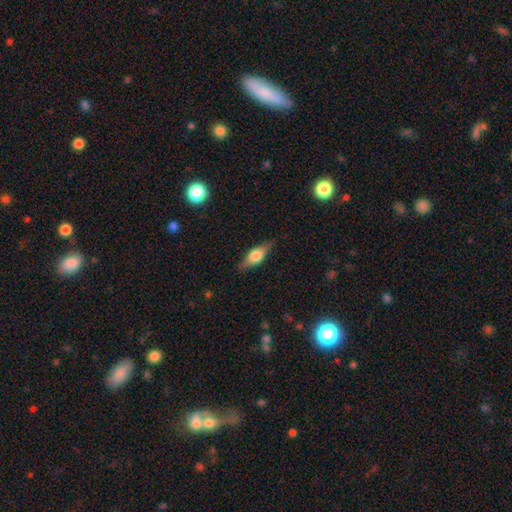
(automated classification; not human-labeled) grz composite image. It shows a smooth galaxy with no disk features (57%) that is in between round and cigar-shaped (64%). Merging: none (83%).